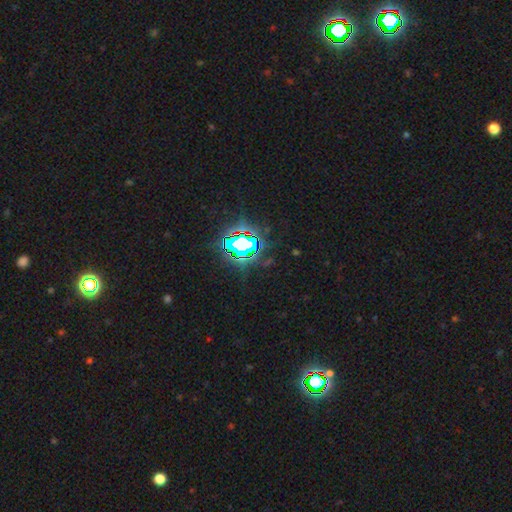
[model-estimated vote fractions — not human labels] This appears to be a star or artifact, not a galaxy (82%).